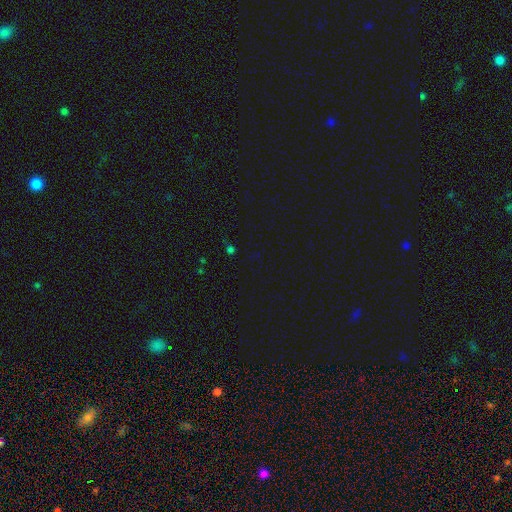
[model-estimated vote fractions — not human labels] Smooth or featured: star or artifact — 62% (smooth — 31%)